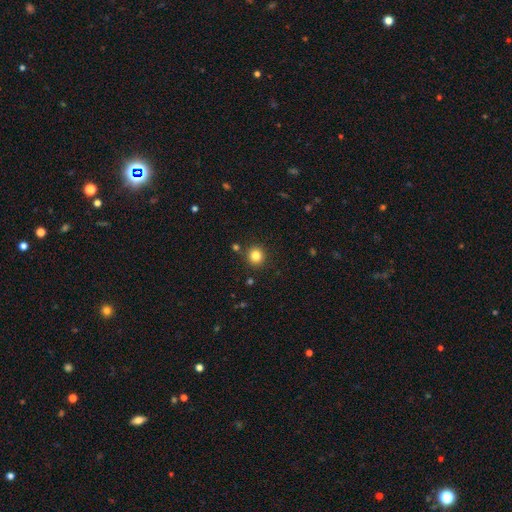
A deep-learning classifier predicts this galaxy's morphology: A smooth galaxy with no disk features (83%) that is round (92%). Merging: none (88%).